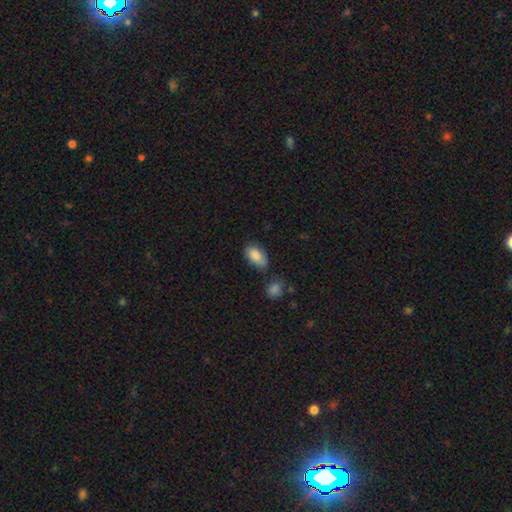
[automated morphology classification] Overall: smooth (85%). How rounded: in between (93%). Merging: none (61%; minor disturbance 24%).